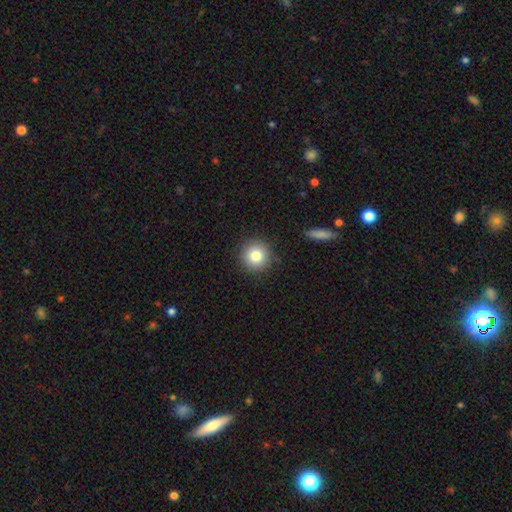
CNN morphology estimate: Smooth or featured? smooth (82%)
How rounded? round (94%)
Merging? none (89%)